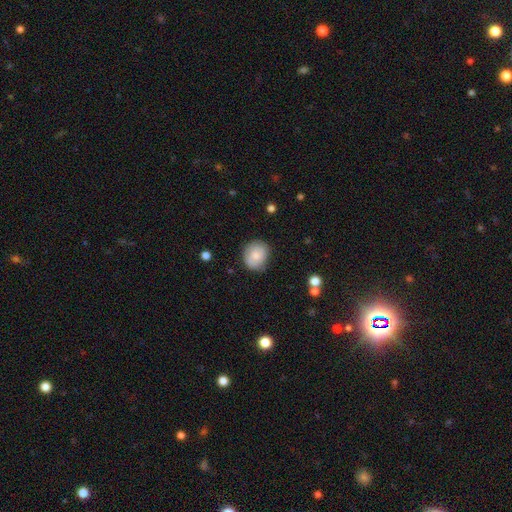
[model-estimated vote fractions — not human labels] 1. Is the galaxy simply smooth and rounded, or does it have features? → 76% smooth, 17% featured or disk, 7% star or artifact.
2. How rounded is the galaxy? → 70% round, 29% in between, 1% cigar-shaped.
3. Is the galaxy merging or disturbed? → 77% none, 18% minor disturbance, 4% major disturbance, 1% merger.